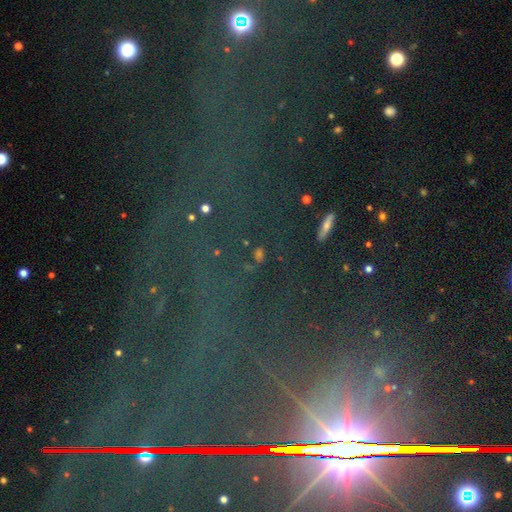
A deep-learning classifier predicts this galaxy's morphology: smooth-or-featured: star or artifact: 80% | featured or disk: 11% | smooth: 9%